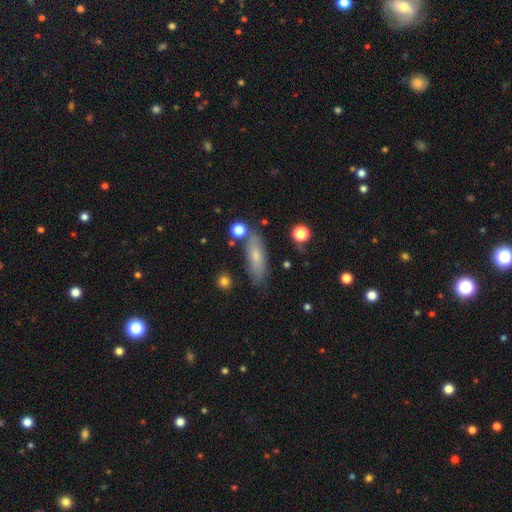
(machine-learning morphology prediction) type=smooth (65%); roundness=in between (54%); merging=none (75%).